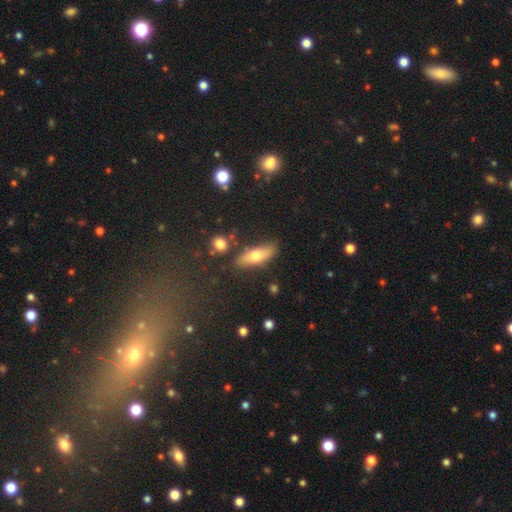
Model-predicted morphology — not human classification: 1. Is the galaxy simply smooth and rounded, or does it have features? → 62% smooth, 30% featured or disk, 7% star or artifact.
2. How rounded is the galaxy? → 55% in between, 42% cigar-shaped, 4% round.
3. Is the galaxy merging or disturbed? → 79% none, 13% minor disturbance, 4% merger, 3% major disturbance.